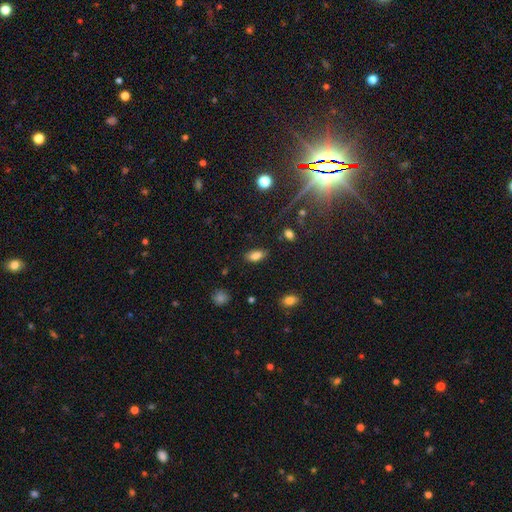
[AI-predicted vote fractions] This is clearly a smooth galaxy (82%). How rounded: clearly in between (90%). Merging: clearly none (83%).